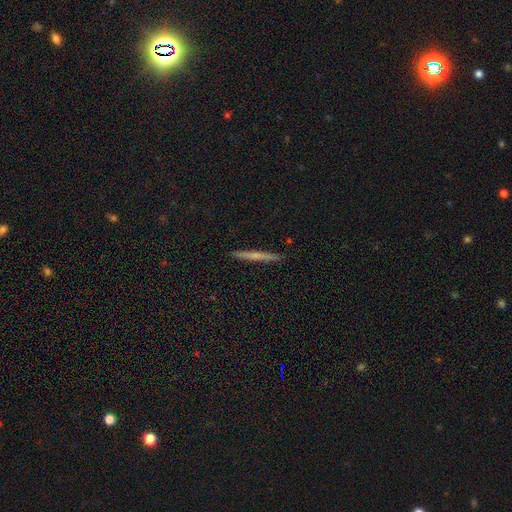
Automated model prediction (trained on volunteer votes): Smooth or featured?
  - smooth: 47% *
  - featured or disk: 46%
  - star or artifact: 7%
Merging?
  - none: 92% *
  - minor disturbance: 5%
  - major disturbance: 1%
  - merger: 1%